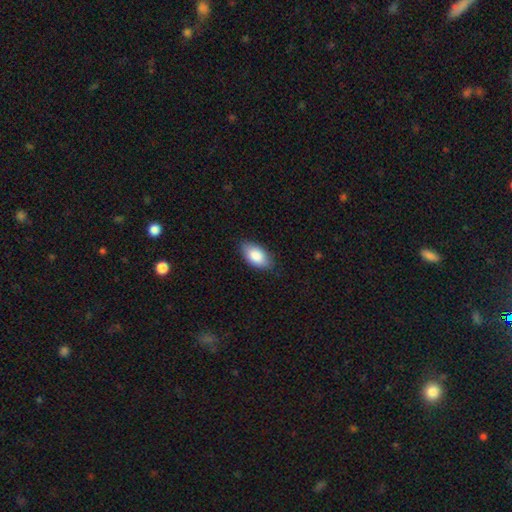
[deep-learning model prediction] The model was most divided on "merging": none: 83%, minor disturbance: 14%, major disturbance: 2%, merger: 1%. More confident: how rounded — in between (94%); smooth or featured — smooth (87%).